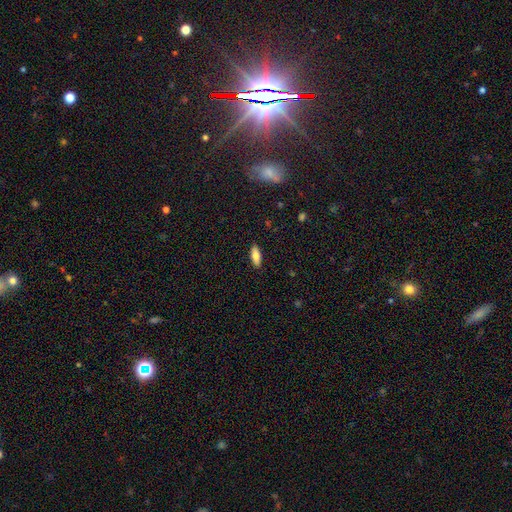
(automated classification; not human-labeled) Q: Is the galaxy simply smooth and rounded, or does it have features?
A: smooth — 77%.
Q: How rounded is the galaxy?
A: in between — 72%.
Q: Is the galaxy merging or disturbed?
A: none — 89%.